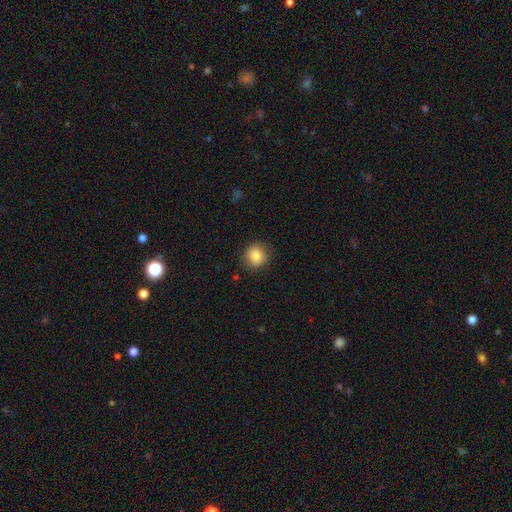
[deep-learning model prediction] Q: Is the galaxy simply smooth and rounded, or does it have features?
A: smooth — 83%.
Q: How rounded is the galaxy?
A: round — 86%.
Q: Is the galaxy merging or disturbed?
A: none — 85%.